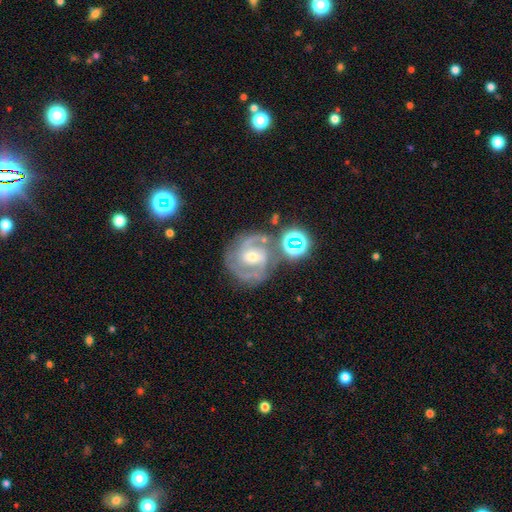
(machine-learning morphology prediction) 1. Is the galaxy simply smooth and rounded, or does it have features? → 83% featured or disk, 9% star or artifact, 8% smooth.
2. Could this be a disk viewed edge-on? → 97% no, 3% yes.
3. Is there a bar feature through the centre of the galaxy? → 45% weak, 36% no, 19% strong.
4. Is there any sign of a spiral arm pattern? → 96% yes, 4% no.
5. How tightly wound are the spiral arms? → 56% tight, 37% medium, 6% loose.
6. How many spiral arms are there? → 62% 2, 17% 3, 12% can't tell, 3% 1, 3% 4, 3% more than 4.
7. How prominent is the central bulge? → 48% small, 47% moderate, 2% large, 2% none, 1% dominant.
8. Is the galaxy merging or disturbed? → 68% none, 14% minor disturbance, 11% merger, 6% major disturbance.